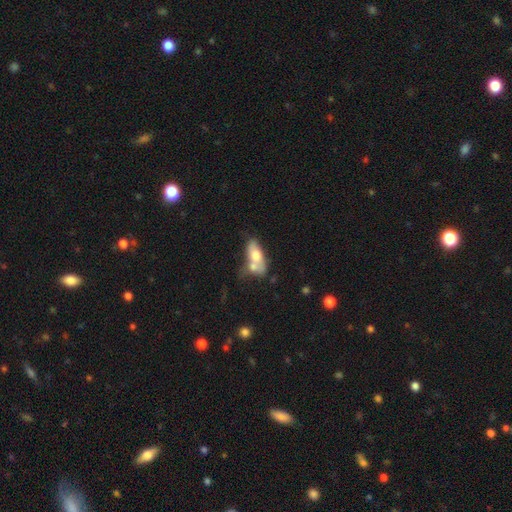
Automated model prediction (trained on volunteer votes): This is likely a smooth galaxy (63%). How rounded: clearly in between (81%). Merging: likely merger (61%).